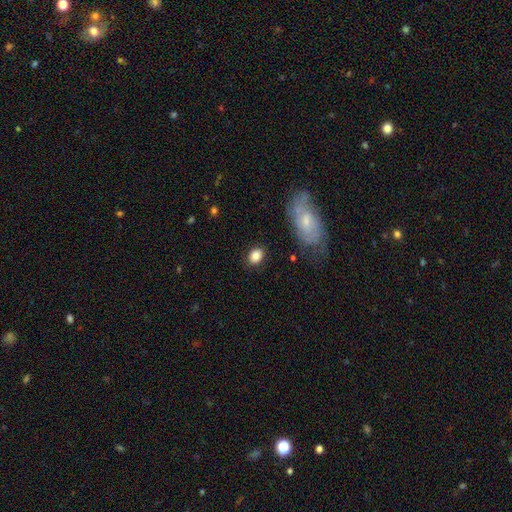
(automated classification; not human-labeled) Smooth or featured?
  - smooth: 83% *
  - featured or disk: 9%
  - star or artifact: 8%
How rounded?
  - in between: 62% *
  - round: 37%
  - cigar-shaped: 1%
Merging?
  - none: 84% *
  - minor disturbance: 11%
  - major disturbance: 3%
  - merger: 2%